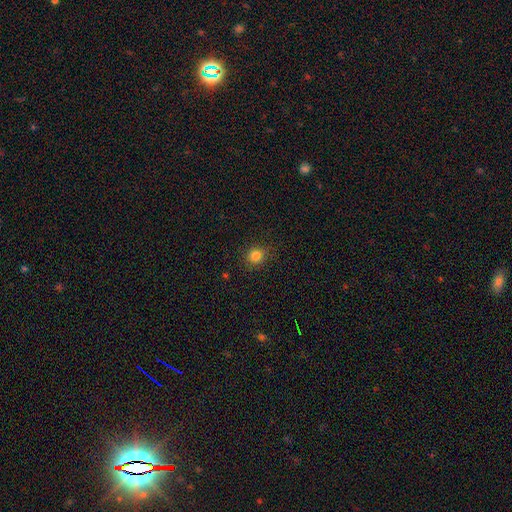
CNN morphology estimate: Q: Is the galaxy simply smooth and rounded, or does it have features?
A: smooth — 83%.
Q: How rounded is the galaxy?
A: round — 87%.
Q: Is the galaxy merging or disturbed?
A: none — 88%.